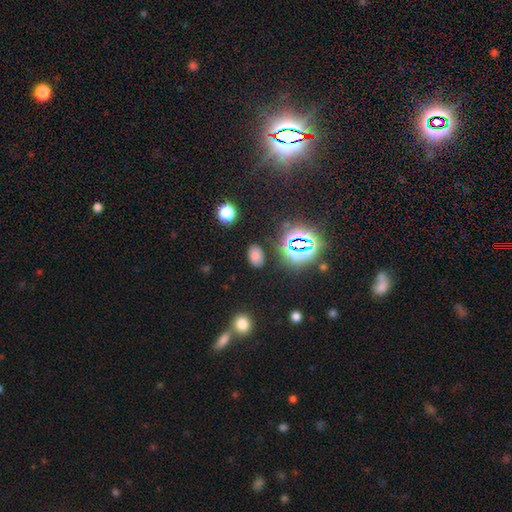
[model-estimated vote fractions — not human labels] Overall: smooth (66%; star or artifact 26%). How rounded: in between (86%). Merging: none (84%).